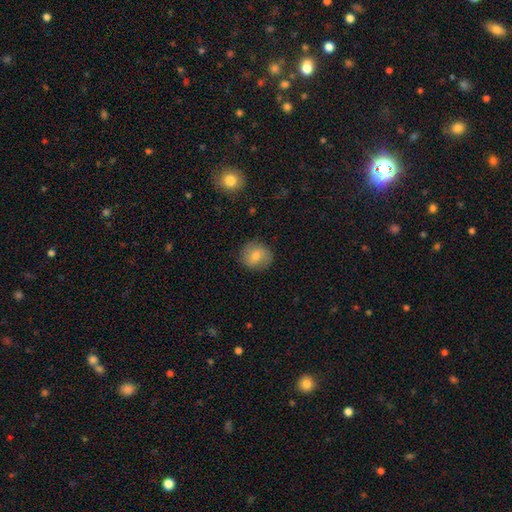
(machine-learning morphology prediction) The model was most divided on "smooth or featured": smooth: 66%, featured or disk: 25%, star or artifact: 9%. More confident: how rounded — round (86%); merging — none (86%).